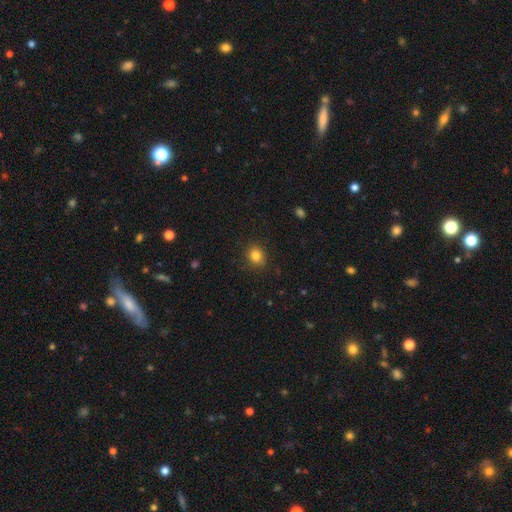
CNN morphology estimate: The model was most divided on "how rounded": round: 71%, in between: 28%, cigar-shaped: 1%. More confident: merging — none (87%); smooth or featured — smooth (83%).